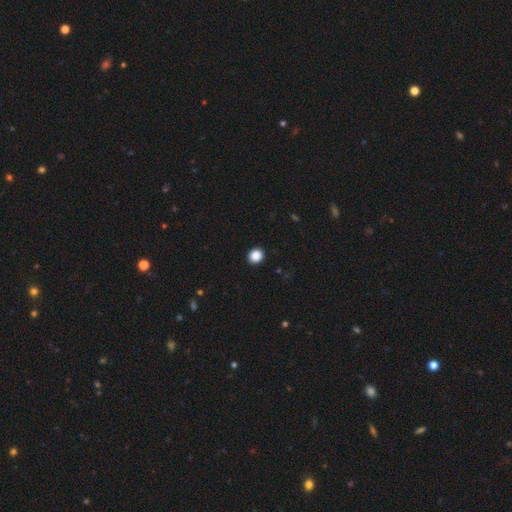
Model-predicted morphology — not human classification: A smooth galaxy with no disk features (88%) that is round (86%). Merging: none (93%).